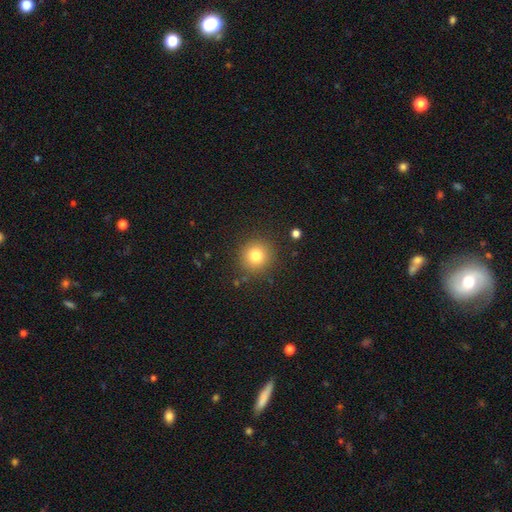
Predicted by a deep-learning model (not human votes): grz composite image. It shows a smooth galaxy with no disk features (80%) that is round (92%). Merging: none (88%).